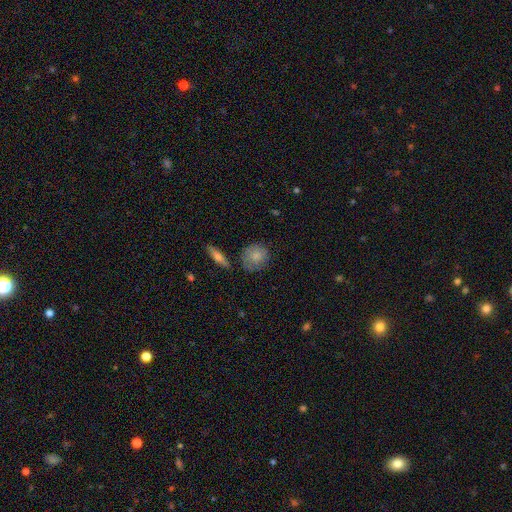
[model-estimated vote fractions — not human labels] Morphology: type=smooth (80%); roundness=round (80%); merging=none (71%).